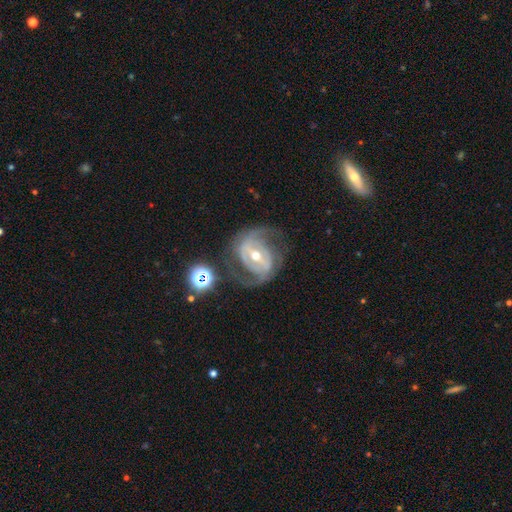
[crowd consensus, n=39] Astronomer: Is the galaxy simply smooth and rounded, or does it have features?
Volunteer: featured or disk — 92%.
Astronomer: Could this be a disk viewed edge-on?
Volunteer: no — 97%.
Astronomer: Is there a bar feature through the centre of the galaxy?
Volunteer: strong — 54% (runner-up: weak, 37%).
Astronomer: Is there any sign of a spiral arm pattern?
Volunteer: yes — 100%.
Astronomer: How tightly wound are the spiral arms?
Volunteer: medium — 60%.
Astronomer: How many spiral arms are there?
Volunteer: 2 — 94%.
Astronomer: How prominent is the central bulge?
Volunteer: moderate — 77%.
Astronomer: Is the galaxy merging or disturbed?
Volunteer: none — 78%.